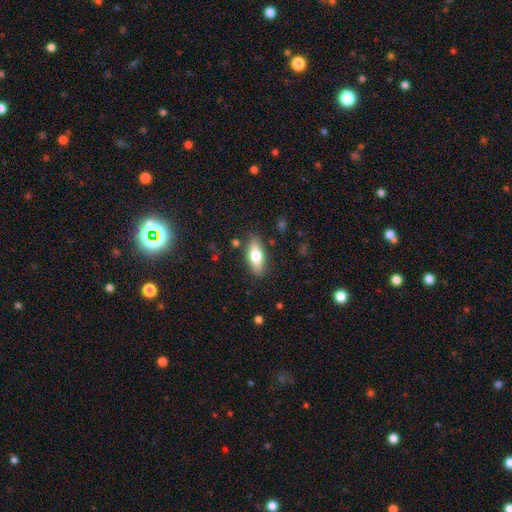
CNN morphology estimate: A smooth galaxy with no disk features (70%) that is in between round and cigar-shaped (74%).

Vote fractions:
- Smooth or featured? smooth: 70% / featured or disk: 23% / star or artifact: 7%
- How rounded? in between: 74% / cigar-shaped: 23% / round: 3%
- Merging? none: 83% / minor disturbance: 12% / major disturbance: 3% / merger: 2%